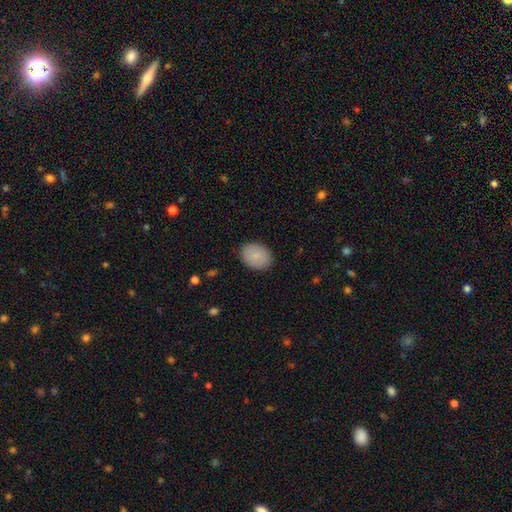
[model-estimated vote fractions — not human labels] Smooth or featured?
  - smooth: 86% *
  - featured or disk: 8%
  - star or artifact: 7%
How rounded?
  - in between: 58% *
  - round: 41%
  - cigar-shaped: 1%
Merging?
  - none: 88% *
  - minor disturbance: 9%
  - major disturbance: 2%
  - merger: 1%